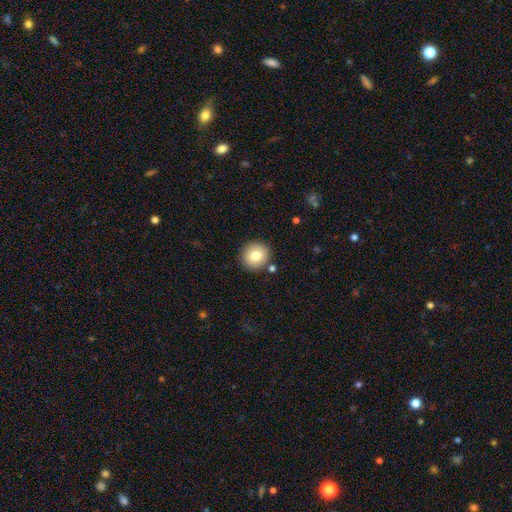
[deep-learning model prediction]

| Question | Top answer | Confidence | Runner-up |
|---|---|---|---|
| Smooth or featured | smooth | 80% | featured or disk (11%) |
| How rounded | round | 91% | in between (8%) |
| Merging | none | 87% | minor disturbance (7%) |